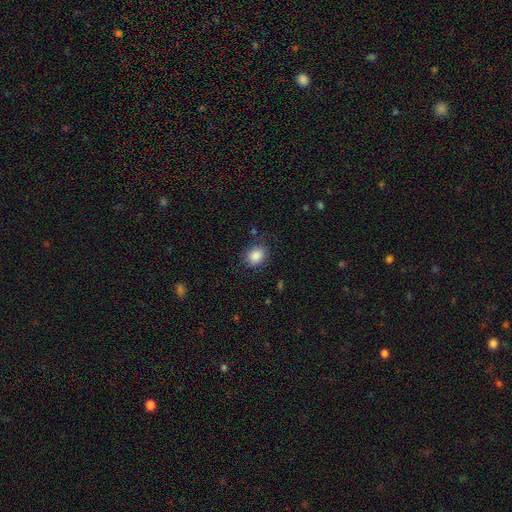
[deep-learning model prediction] This appears to be a smooth galaxy with no disk features (87%) that is in between round and cigar-shaped (51%). Merging: none (80%).